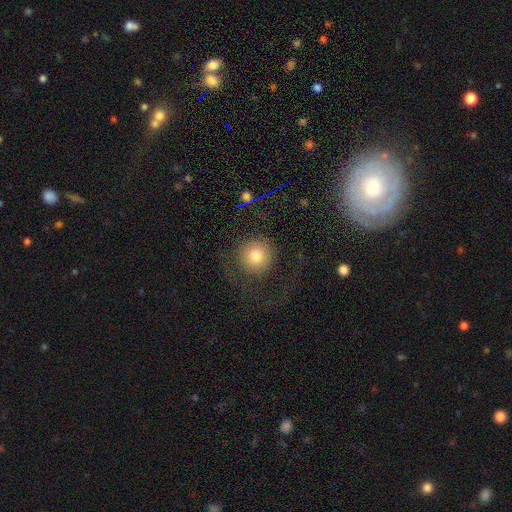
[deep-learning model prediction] A smooth galaxy with no disk features (73%) that is round (95%).

Vote fractions:
- Smooth or featured? smooth: 73% / featured or disk: 15% / star or artifact: 12%
- How rounded? round: 95% / in between: 4% / cigar-shaped: 1%
- Merging? none: 71% / major disturbance: 17% / minor disturbance: 11% / merger: 2%